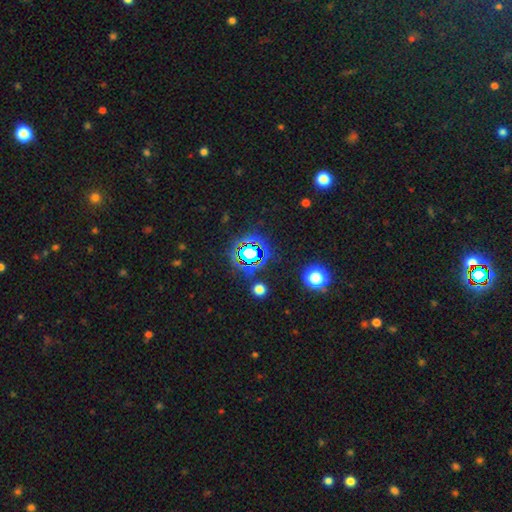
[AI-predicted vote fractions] Smooth or featured? star or artifact (75%)